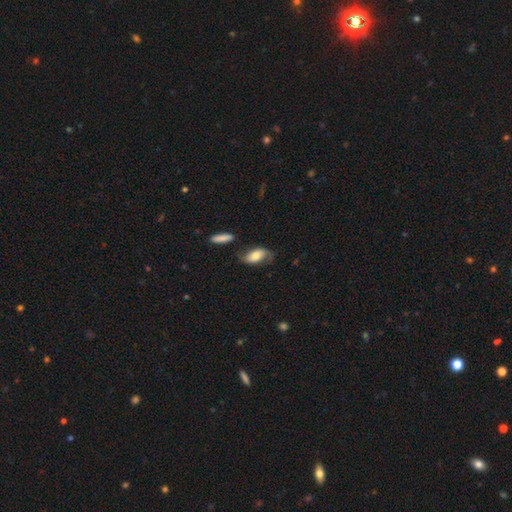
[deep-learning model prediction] Smooth or featured: smooth — 59% (featured or disk — 35%)
How rounded: in between — 90% (cigar-shaped — 5%)
Merging: none — 56% (minor disturbance — 27%)